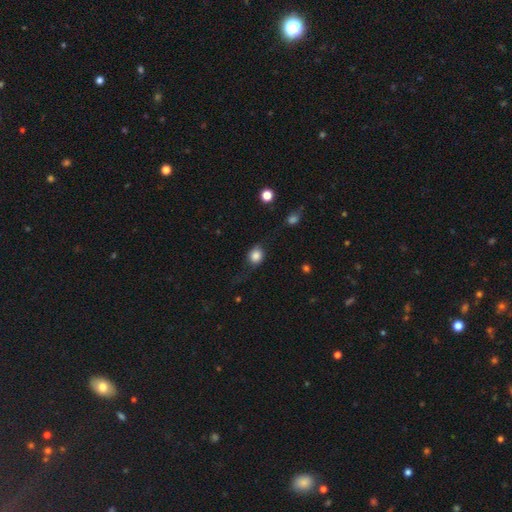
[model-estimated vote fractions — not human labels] Smooth or featured?
  - smooth: 81% *
  - featured or disk: 10%
  - star or artifact: 9%
How rounded?
  - round: 67% *
  - in between: 32%
  - cigar-shaped: 1%
Merging?
  - none: 58% *
  - minor disturbance: 24%
  - major disturbance: 15%
  - merger: 3%